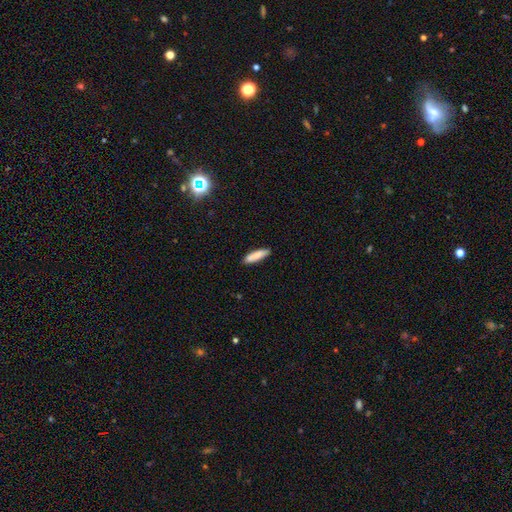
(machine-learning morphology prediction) Smooth or featured? smooth (85%)
How rounded? cigar-shaped (74%)
Merging? none (87%)